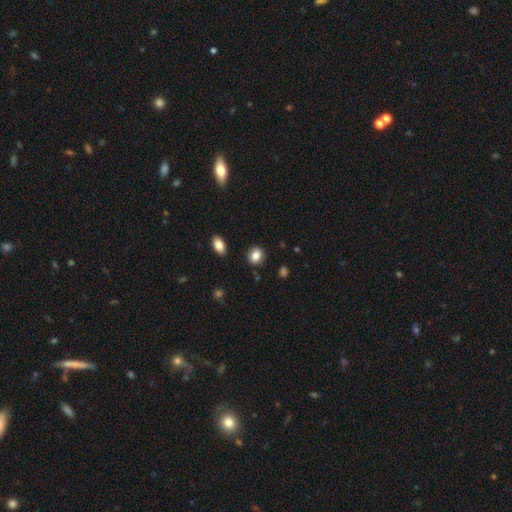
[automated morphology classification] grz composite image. It shows a smooth galaxy with no disk features (85%) that is round (59%). Merging: none (87%).